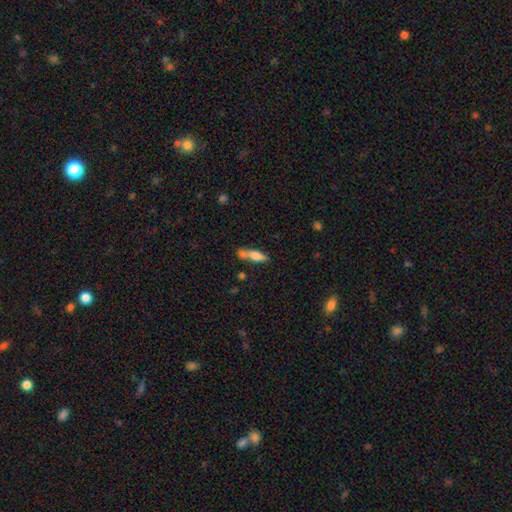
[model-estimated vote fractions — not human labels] This appears to be a smooth galaxy with no disk features (72%) that is in between round and cigar-shaped (50%). Merging: none (42%).